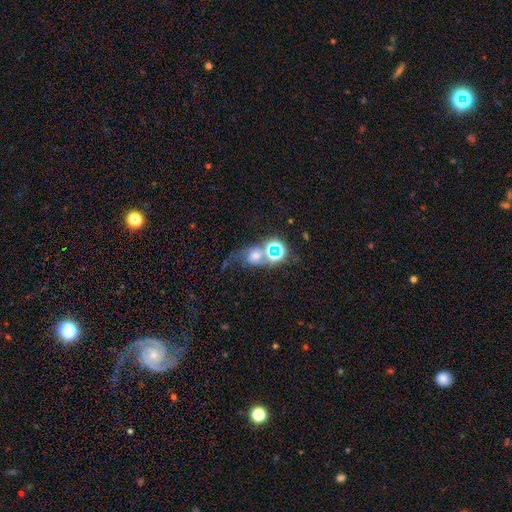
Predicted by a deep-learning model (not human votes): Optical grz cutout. It shows a smooth galaxy with no disk features (40%). Merging: merger (33%).